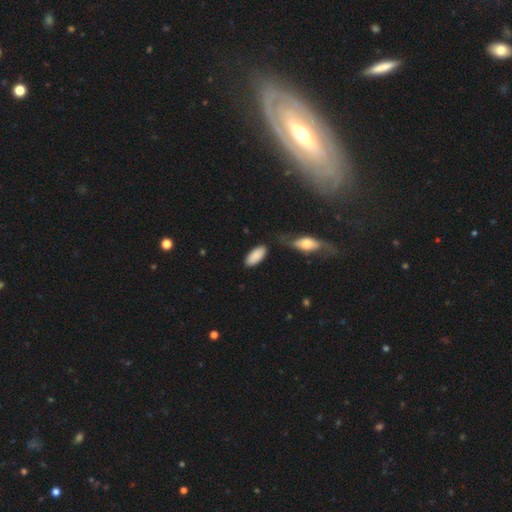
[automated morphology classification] Smooth or featured? Predicted: smooth (p=0.88). How rounded? Predicted: in between (p=0.88). Merging? Predicted: none (p=0.76).